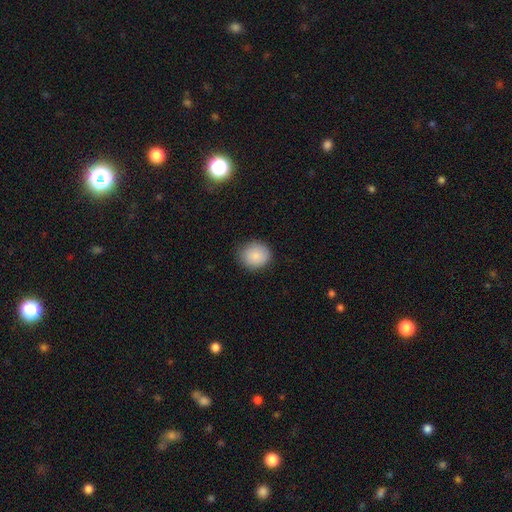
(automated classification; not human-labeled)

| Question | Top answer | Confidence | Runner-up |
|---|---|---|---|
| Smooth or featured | smooth | 87% | star or artifact (8%) |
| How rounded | round | 86% | in between (13%) |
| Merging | none | 83% | minor disturbance (13%) |